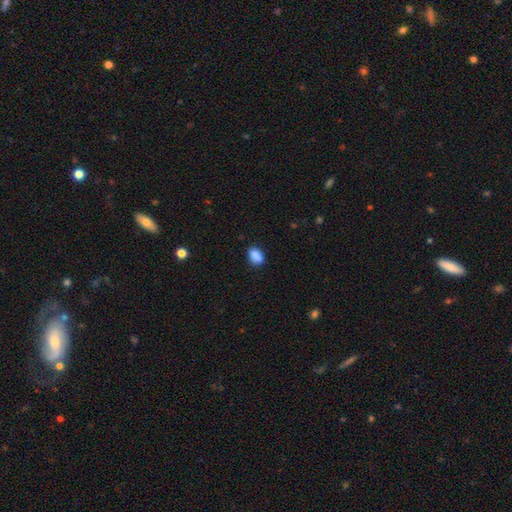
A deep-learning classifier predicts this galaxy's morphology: The model was most divided on "merging": none: 74%, minor disturbance: 19%, merger: 4%, major disturbance: 4%. More confident: smooth or featured — smooth (87%); how rounded — in between (80%).